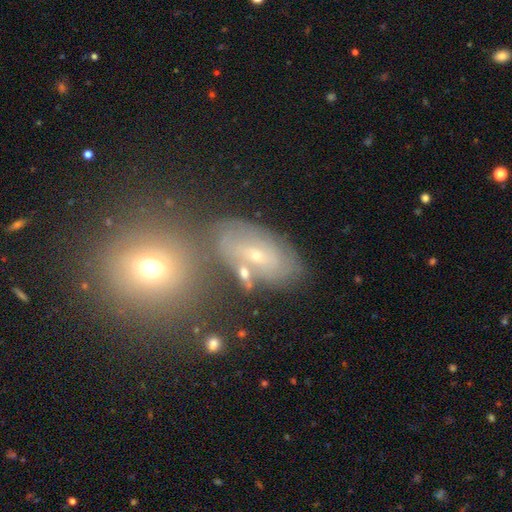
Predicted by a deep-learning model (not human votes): Smooth or featured?
  - featured or disk: 59% *
  - smooth: 26%
  - star or artifact: 15%
Edge-on disk?
  - no: 92% *
  - yes: 8%
Bar?
  - no: 55% *
  - weak: 35%
  - strong: 10%
Spiral arms?
  - yes: 70% *
  - no: 30%
Bulge size?
  - small: 73% *
  - moderate: 24%
  - none: 1%
  - large: 1%
  - dominant: 1%
Merging?
  - none: 65% *
  - minor disturbance: 17%
  - merger: 11%
  - major disturbance: 7%